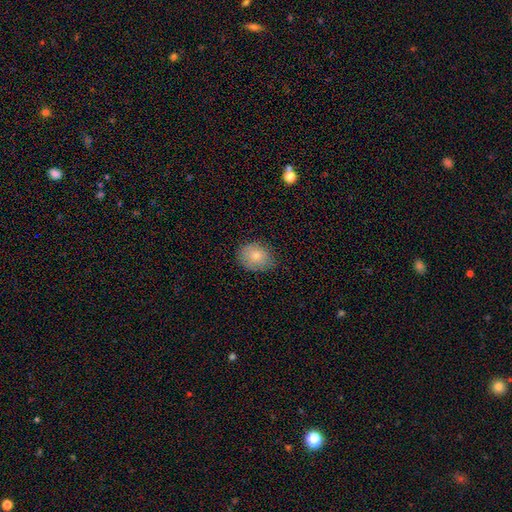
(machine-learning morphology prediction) A smooth galaxy with no disk features (81%) that is round (54%). Merging: none (77%).